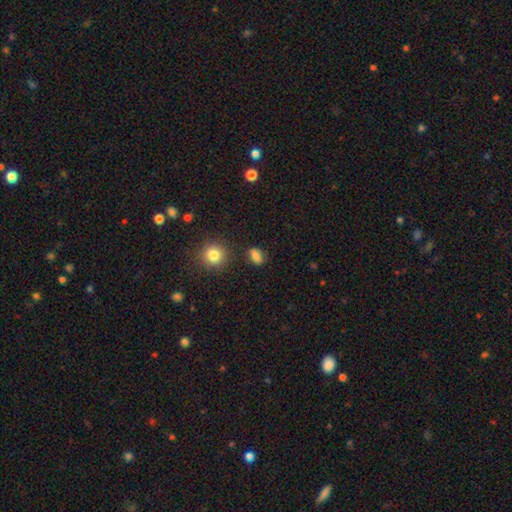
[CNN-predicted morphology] Smooth or featured? Predicted: smooth (p=0.80). How rounded? Predicted: in between (p=0.72). Merging? Predicted: none (p=0.79).